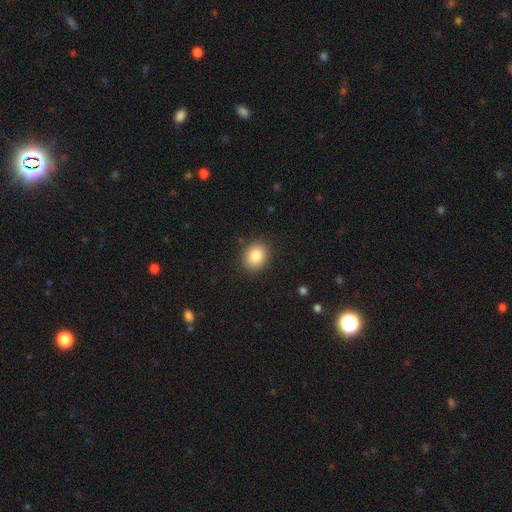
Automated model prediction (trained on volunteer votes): Q: Smooth or featured?
A: smooth (85%); runner-up: star or artifact (9%)
Q: How rounded?
A: round (58%); runner-up: in between (41%)
Q: Merging?
A: none (88%); runner-up: minor disturbance (8%)